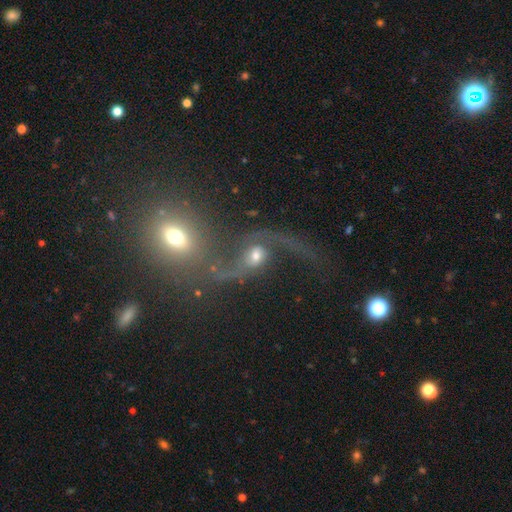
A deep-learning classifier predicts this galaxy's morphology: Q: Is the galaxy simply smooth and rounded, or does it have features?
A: featured or disk — 76%.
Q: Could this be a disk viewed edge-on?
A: no — 96%.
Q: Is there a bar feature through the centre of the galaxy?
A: no — 58%.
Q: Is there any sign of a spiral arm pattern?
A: yes — 91%.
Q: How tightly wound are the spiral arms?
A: loose — 88%.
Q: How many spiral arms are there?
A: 2 — 88%.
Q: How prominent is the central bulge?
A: moderate — 52%.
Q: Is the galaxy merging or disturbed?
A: merger — 40%.